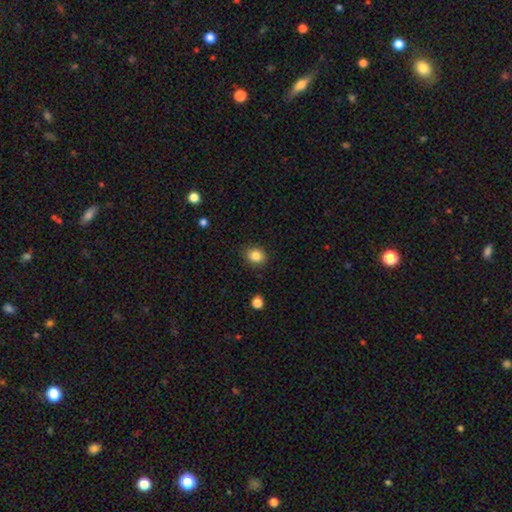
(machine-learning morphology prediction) This is clearly a smooth galaxy (85%). How rounded: likely round (69%). Merging: clearly none (87%).